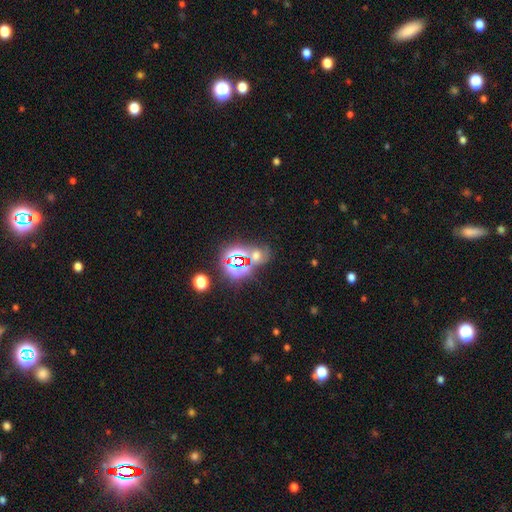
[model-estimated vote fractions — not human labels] Overall: star or artifact (54%; smooth 30%).